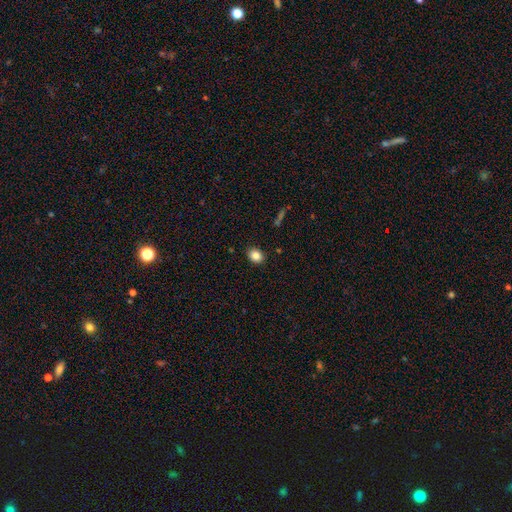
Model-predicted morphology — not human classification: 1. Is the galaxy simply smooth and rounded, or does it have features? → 85% smooth, 9% star or artifact, 5% featured or disk.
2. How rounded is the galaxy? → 62% in between, 37% round, 1% cigar-shaped.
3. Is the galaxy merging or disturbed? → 88% none, 9% minor disturbance, 2% major disturbance, 1% merger.